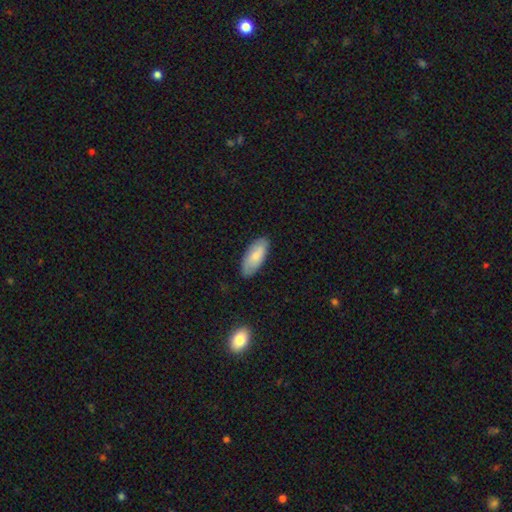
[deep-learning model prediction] The model was most divided on "smooth or featured": smooth: 77%, featured or disk: 18%, star or artifact: 6%. More confident: how rounded — in between (86%); merging — none (84%).